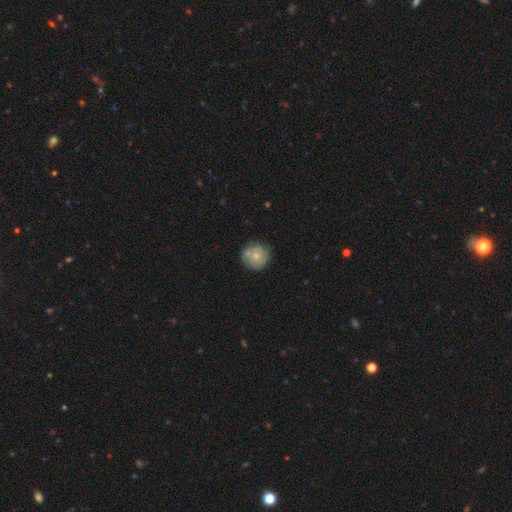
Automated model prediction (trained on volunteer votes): smooth 61%, featured or disk 32%, star or artifact 7%. Down the decision tree: how rounded — round (91%); merging — none (64%).